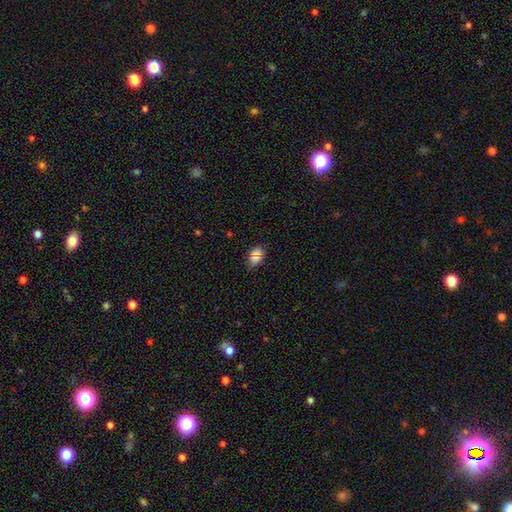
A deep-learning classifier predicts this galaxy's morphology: Smooth or featured? smooth (73%)
How rounded? in between (79%)
Merging? none (80%)